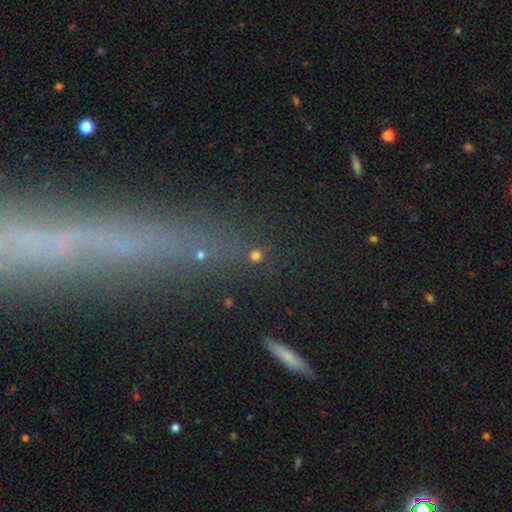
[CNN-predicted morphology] Smooth or featured?
  - smooth: 63% *
  - star or artifact: 29%
  - featured or disk: 8%
How rounded?
  - round: 91% *
  - in between: 8%
  - cigar-shaped: 1%
Merging?
  - none: 80% *
  - minor disturbance: 9%
  - merger: 6%
  - major disturbance: 6%